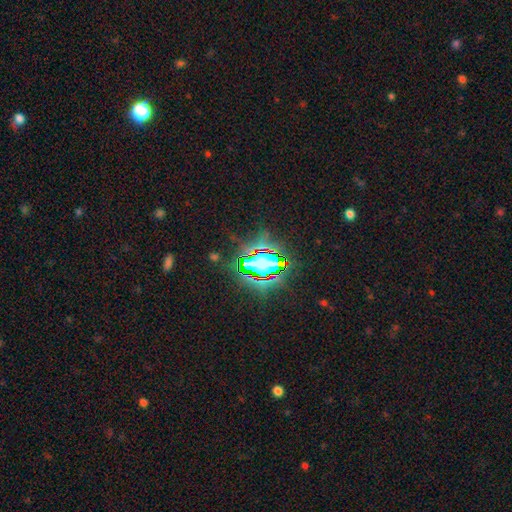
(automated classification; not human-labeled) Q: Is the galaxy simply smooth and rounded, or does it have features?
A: star or artifact — 74%.